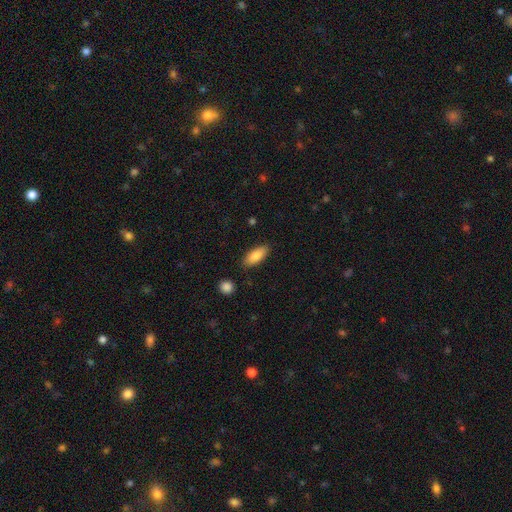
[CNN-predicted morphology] This appears to be a smooth galaxy with no disk features (83%) that is in between round and cigar-shaped (79%). Merging: none (85%).